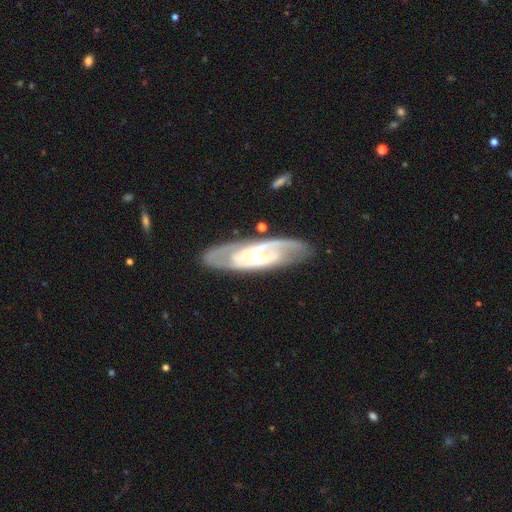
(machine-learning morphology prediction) Overall: featured or disk (83%). Edge-on disk: no (85%). Bar: no (45%; weak 34%). Spiral arms: yes (85%). Spiral arm count: 2 (64%). Spiral winding: tight (46%; medium 40%). Bulge size: small (57%; moderate 38%). Merging: none (77%).